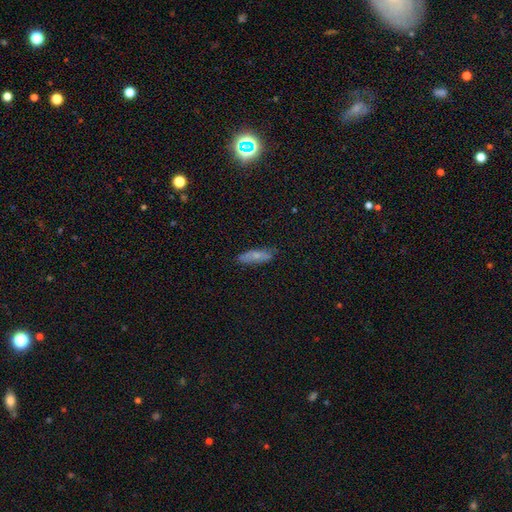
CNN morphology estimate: smooth-or-featured: smooth: 69% | featured or disk: 23% | star or artifact: 8%
  how-rounded: in between: 49% | cigar-shaped: 48% | round: 2%
  merging: none: 77% | minor disturbance: 18% | major disturbance: 4% | merger: 2%